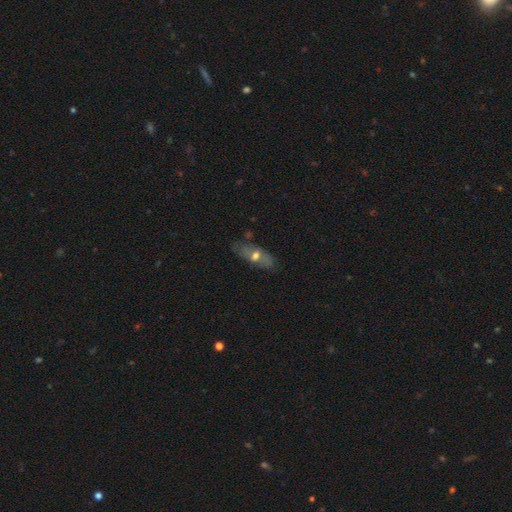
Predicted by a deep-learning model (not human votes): Overall: smooth (46%, tied with featured or disk). Merging: none (71%).